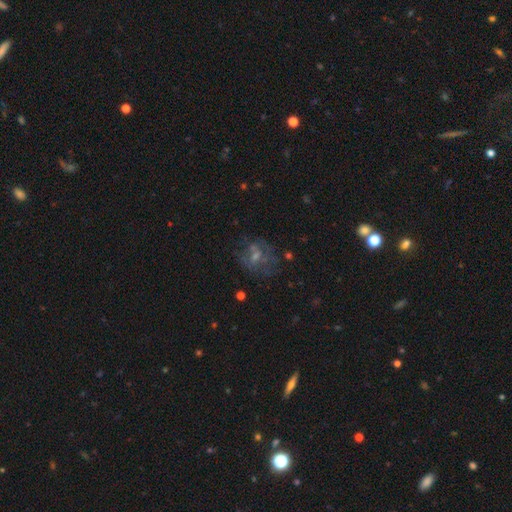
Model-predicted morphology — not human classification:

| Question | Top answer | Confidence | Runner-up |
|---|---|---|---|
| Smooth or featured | featured or disk | 46% | smooth (28%) |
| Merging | none | 61% | minor disturbance (18%) |